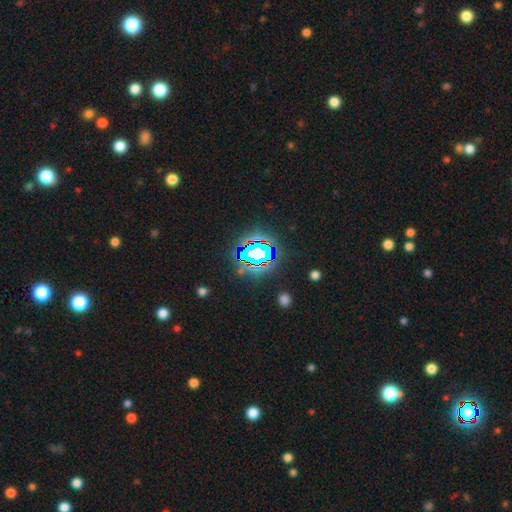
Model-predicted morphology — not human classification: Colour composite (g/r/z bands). It shows a star or artifact, not a galaxy (73%).